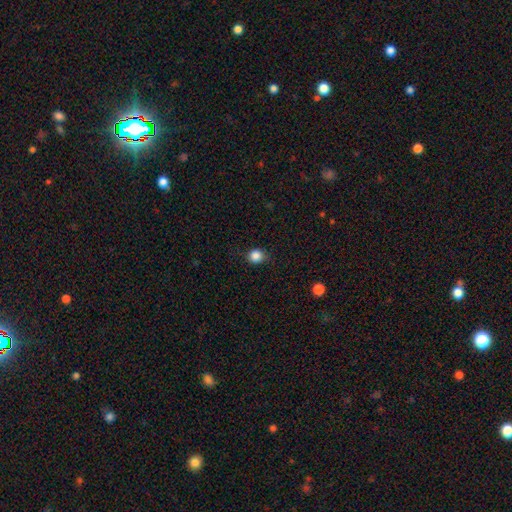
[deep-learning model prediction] A smooth galaxy with no disk features (86%) that is round (82%).

Vote fractions:
- Smooth or featured? smooth: 86% / star or artifact: 11% / featured or disk: 3%
- How rounded? round: 82% / in between: 17% / cigar-shaped: 1%
- Merging? none: 82% / minor disturbance: 14% / major disturbance: 3% / merger: 1%